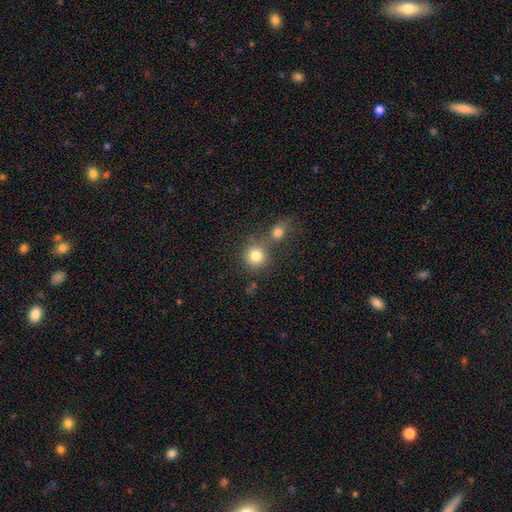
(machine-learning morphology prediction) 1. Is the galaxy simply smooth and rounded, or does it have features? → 81% smooth, 12% star or artifact, 8% featured or disk.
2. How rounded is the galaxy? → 89% round, 10% in between, 1% cigar-shaped.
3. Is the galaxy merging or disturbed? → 60% none, 29% merger, 8% minor disturbance, 4% major disturbance.